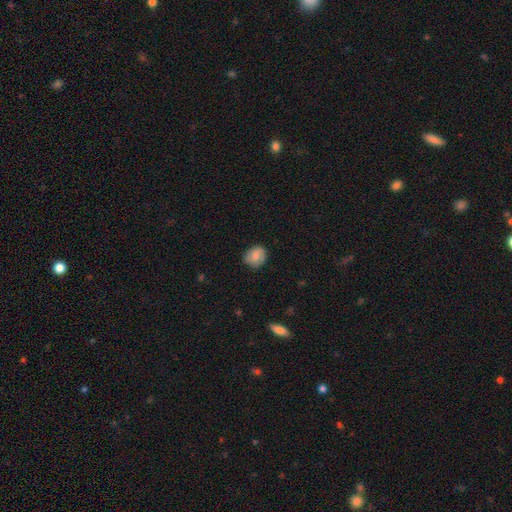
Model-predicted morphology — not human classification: smooth_or_featured: smooth (p=0.75) [alt: featured or disk p=0.18]
how_rounded: round (p=0.66) [alt: in between p=0.33]
merging: none (p=0.78) [alt: minor disturbance p=0.18]